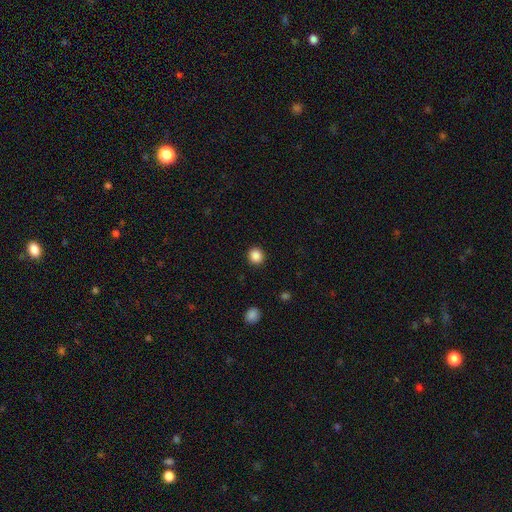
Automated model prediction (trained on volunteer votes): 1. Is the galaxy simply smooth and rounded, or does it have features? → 88% smooth, 10% star or artifact, 3% featured or disk.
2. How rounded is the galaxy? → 91% round, 8% in between, 1% cigar-shaped.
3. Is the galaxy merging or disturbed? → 92% none, 5% minor disturbance, 2% major disturbance, 1% merger.